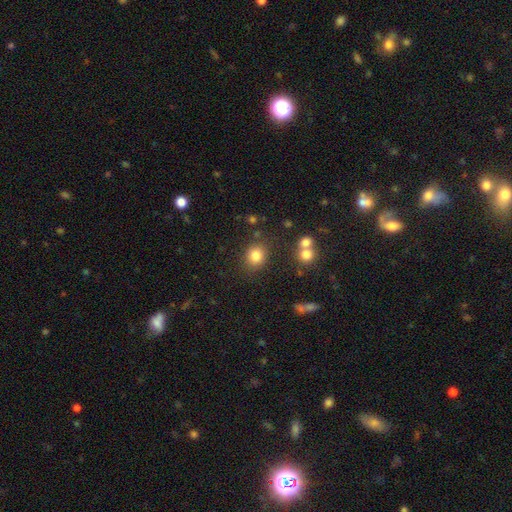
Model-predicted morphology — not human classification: Overall: smooth (82%). How rounded: round (72%). Merging: none (82%).